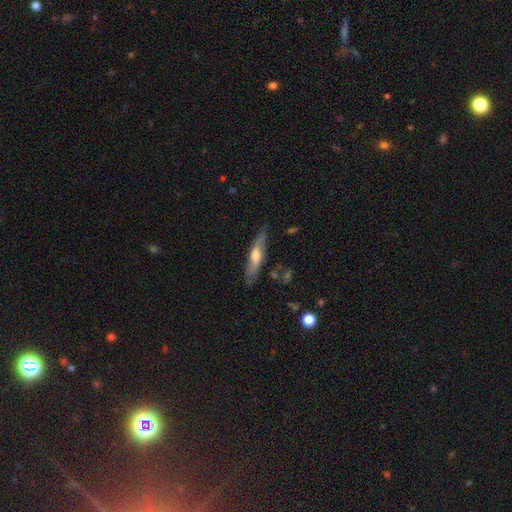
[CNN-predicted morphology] A featured or disk galaxy (50%) viewed edge-on (64%). Merging: none (75%).